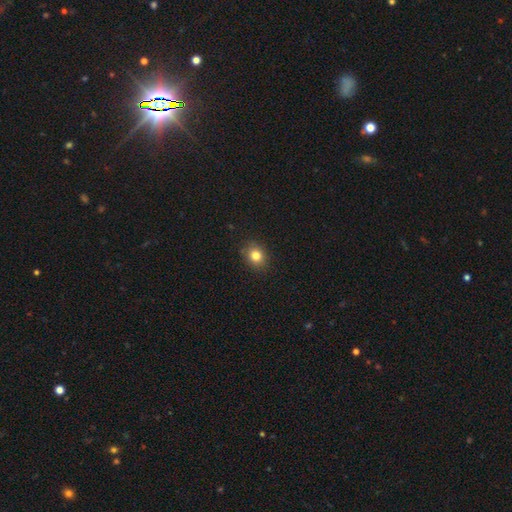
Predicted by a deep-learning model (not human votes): A smooth galaxy with no disk features (81%) that is round (63%).

Vote fractions:
- Smooth or featured? smooth: 81% / star or artifact: 12% / featured or disk: 7%
- How rounded? round: 63% / in between: 36% / cigar-shaped: 1%
- Merging? none: 88% / minor disturbance: 9% / major disturbance: 2% / merger: 1%